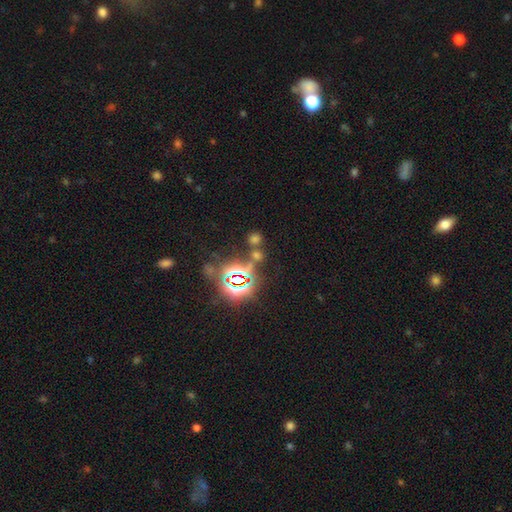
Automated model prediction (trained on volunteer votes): A star or artifact, not a galaxy (66%).